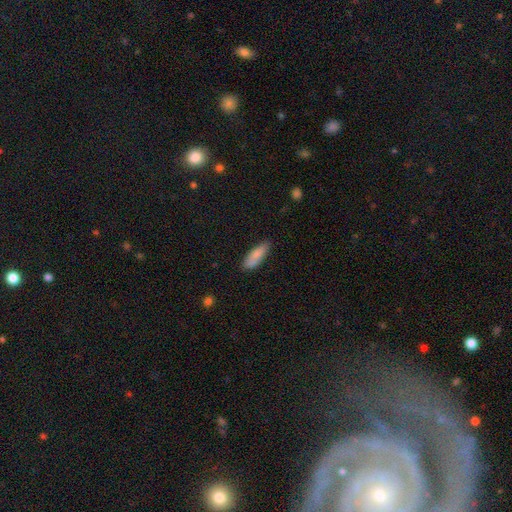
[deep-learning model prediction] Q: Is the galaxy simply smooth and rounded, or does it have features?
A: smooth — 83%.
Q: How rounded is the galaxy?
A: in between — 51%.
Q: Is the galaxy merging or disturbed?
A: none — 77%.